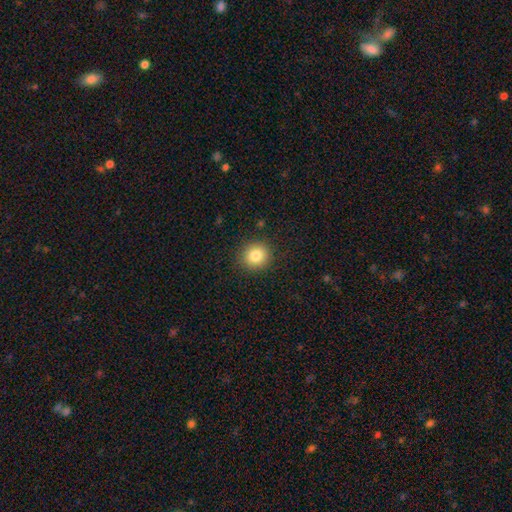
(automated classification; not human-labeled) Smooth or featured: smooth — 83% (star or artifact — 11%)
How rounded: round — 87% (in between — 12%)
Merging: none — 90% (minor disturbance — 7%)